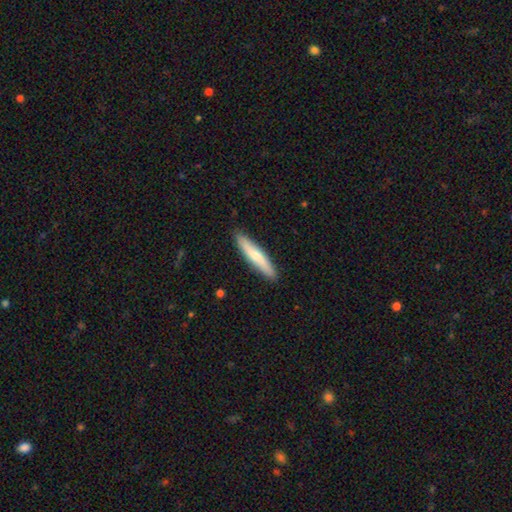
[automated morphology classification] Smooth or featured? Predicted: smooth (p=0.68). How rounded? Predicted: cigar-shaped (p=0.90). Merging? Predicted: none (p=0.90).